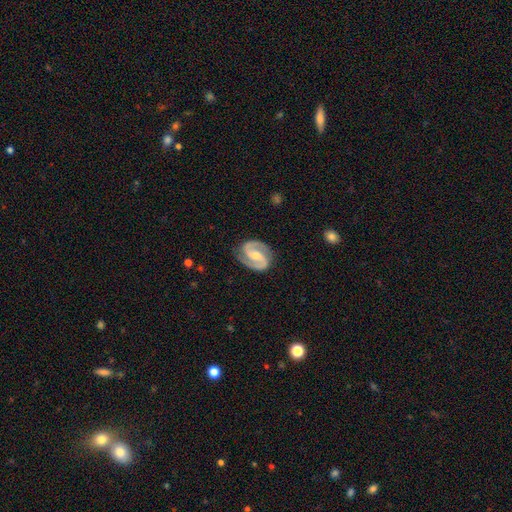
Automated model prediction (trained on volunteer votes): The model was most divided on "bar": weak: 41%, strong: 32%, no: 27%. More confident: spiral arms — yes (98%); edge-on disk — no (98%); spiral arm count — 2 (94%); smooth or featured — featured or disk (92%); merging — none (85%); spiral winding — medium (56%); bulge size — moderate (54%).